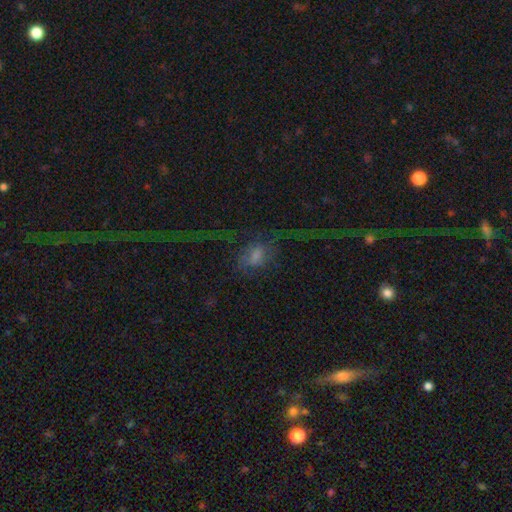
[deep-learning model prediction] smooth_or_featured: smooth (p=0.43) [alt: featured or disk p=0.40]
merging: major disturbance (p=0.48) [alt: none p=0.33]